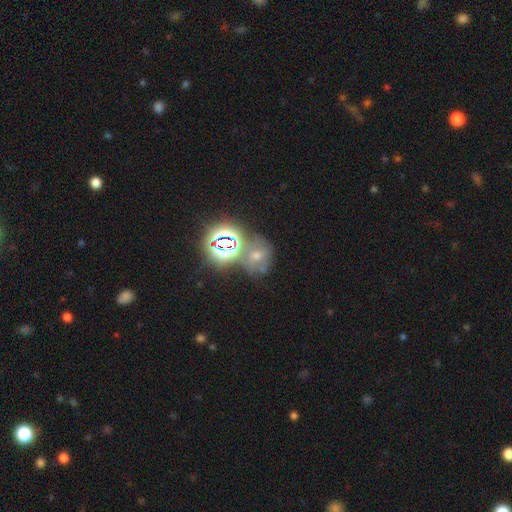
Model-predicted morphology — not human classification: Smooth or featured: star or artifact — 43% (smooth — 37%)